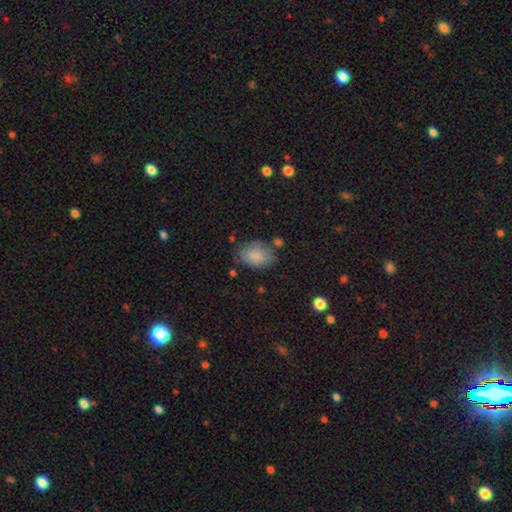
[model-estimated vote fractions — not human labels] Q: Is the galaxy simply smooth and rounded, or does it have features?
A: smooth — 85%.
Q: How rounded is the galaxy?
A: in between — 81%.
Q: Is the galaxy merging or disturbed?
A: none — 66%.